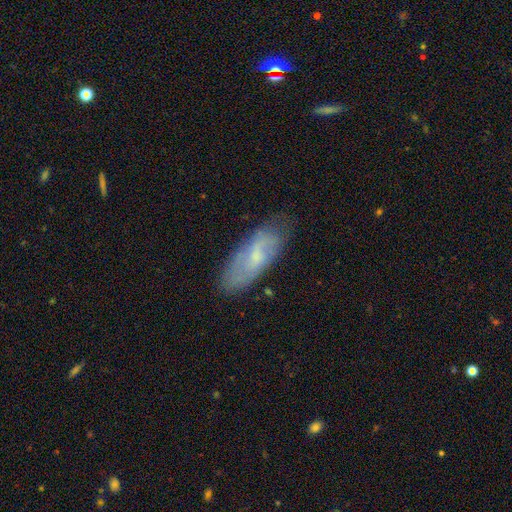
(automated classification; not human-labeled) Overall: smooth (49%; featured or disk 44%). Merging: none (70%).